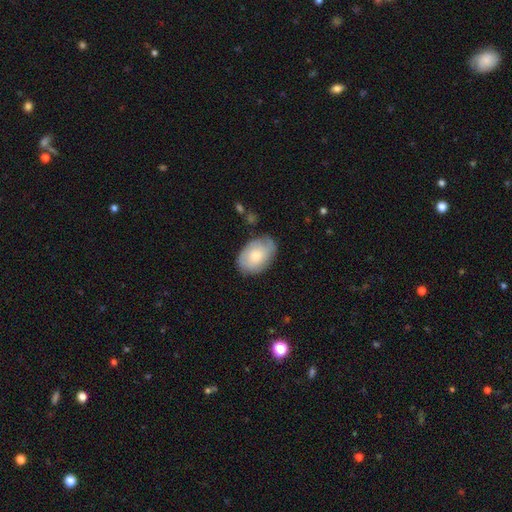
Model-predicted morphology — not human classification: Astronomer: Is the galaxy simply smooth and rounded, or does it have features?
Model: smooth — 62%.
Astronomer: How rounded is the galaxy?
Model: in between — 84%.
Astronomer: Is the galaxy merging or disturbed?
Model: none — 72%.